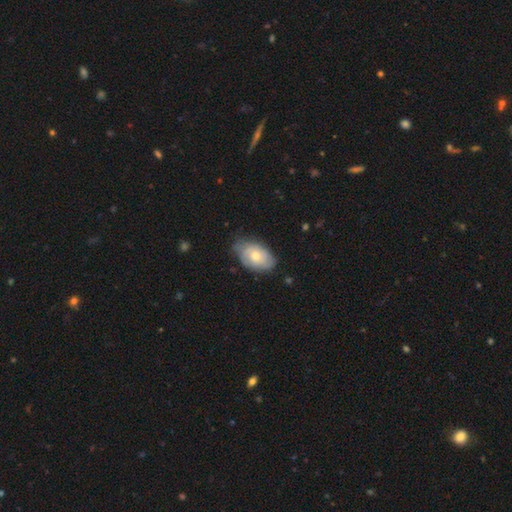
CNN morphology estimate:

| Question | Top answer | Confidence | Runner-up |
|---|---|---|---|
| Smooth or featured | featured or disk | 48% | smooth (45%) |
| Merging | none | 70% | minor disturbance (24%) |